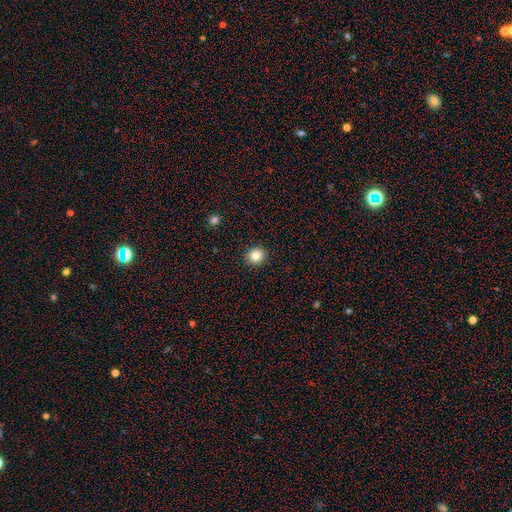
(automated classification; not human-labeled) smooth_or_featured: smooth (p=0.83) [alt: star or artifact p=0.11]
how_rounded: round (p=0.89) [alt: in between p=0.10]
merging: none (p=0.92) [alt: minor disturbance p=0.05]